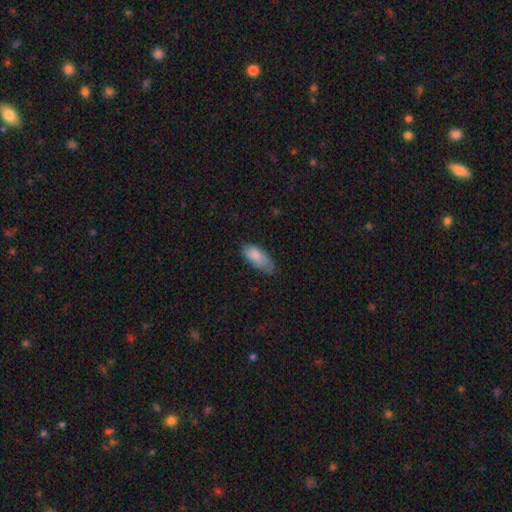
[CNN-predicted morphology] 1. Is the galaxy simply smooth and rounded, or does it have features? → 84% smooth, 10% featured or disk, 6% star or artifact.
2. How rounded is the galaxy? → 87% in between, 11% cigar-shaped, 2% round.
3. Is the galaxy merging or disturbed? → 47% none, 40% minor disturbance, 11% major disturbance, 2% merger.